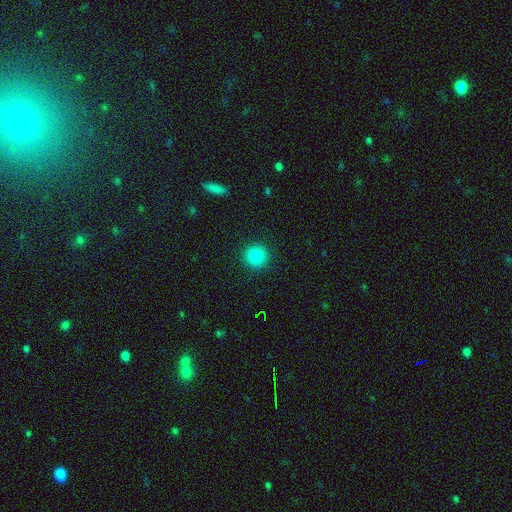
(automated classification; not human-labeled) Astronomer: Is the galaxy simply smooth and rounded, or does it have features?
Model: smooth — 85%.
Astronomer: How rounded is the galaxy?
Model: round — 93%.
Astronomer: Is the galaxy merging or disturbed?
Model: none — 92%.